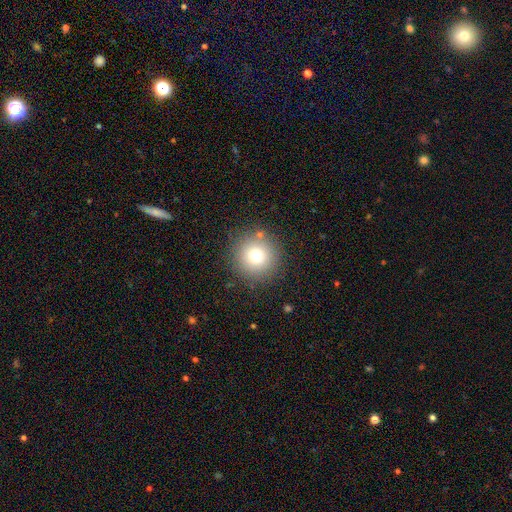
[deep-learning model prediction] Overall: smooth (74%). How rounded: round (96%). Merging: none (86%).